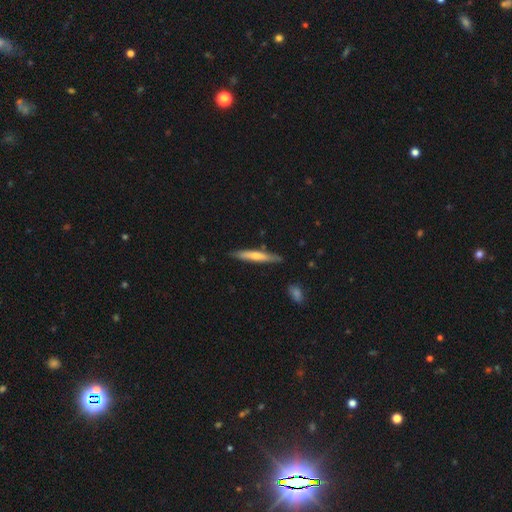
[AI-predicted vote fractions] A smooth galaxy with no disk features (58%) that is cigar-shaped (93%).

Vote fractions:
- Smooth or featured? smooth: 58% / featured or disk: 37% / star or artifact: 5%
- How rounded? cigar-shaped: 93% / in between: 6% / round: 1%
- Merging? none: 83% / minor disturbance: 13% / merger: 2% / major disturbance: 2%